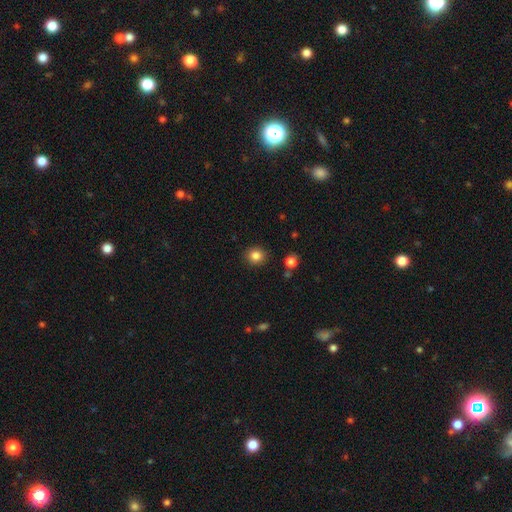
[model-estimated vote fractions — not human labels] Smooth or featured? Predicted: smooth (p=0.84). How rounded? Predicted: round (p=0.84). Merging? Predicted: none (p=0.90).